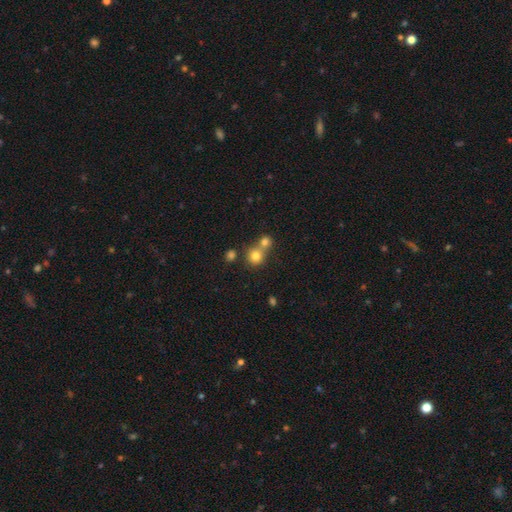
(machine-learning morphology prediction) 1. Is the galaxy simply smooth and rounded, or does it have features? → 79% smooth, 13% star or artifact, 8% featured or disk.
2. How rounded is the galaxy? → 88% round, 11% in between, 1% cigar-shaped.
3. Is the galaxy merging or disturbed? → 49% none, 43% merger, 6% minor disturbance, 2% major disturbance.